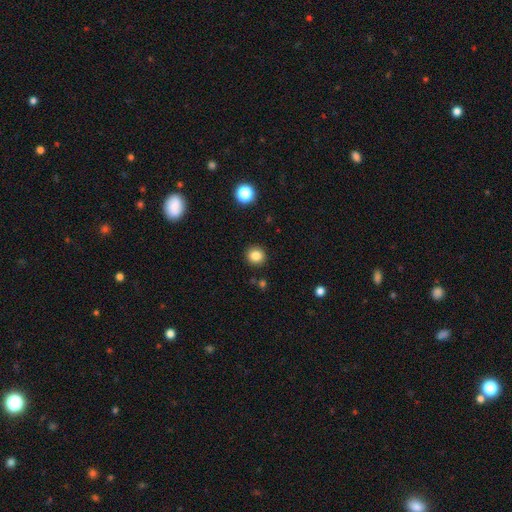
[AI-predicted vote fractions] smooth-or-featured: smooth: 84% | star or artifact: 11% | featured or disk: 5%
  how-rounded: round: 89% | in between: 10% | cigar-shaped: 1%
  merging: none: 90% | minor disturbance: 6% | major disturbance: 2% | merger: 2%